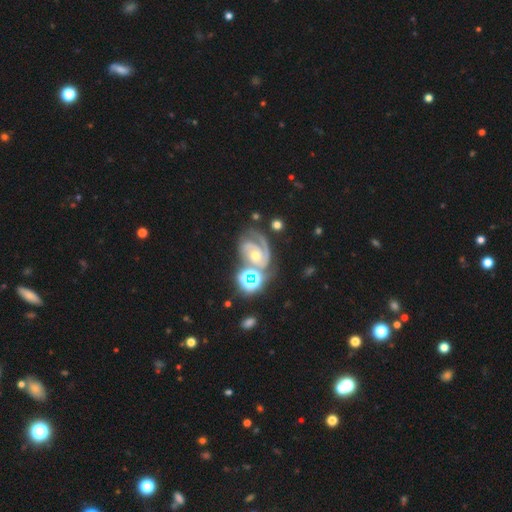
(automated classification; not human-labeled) featured or disk 85%, star or artifact 10%, smooth 6%. Down the decision tree: edge-on disk — no (98%); bar — no (64%); spiral arms — yes (97%); spiral arm count — 2 (62%); spiral winding — tight (58%); bulge size — moderate (48%); merging — none (52%).